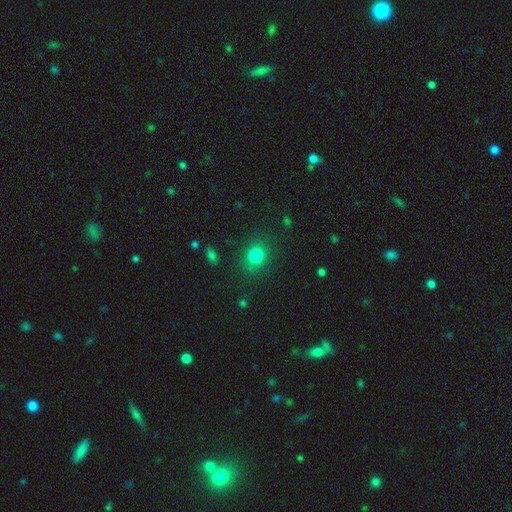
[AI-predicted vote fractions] A smooth galaxy with no disk features (80%) that is round (74%).

Vote fractions:
- Smooth or featured? smooth: 80% / star or artifact: 13% / featured or disk: 7%
- How rounded? round: 74% / in between: 25% / cigar-shaped: 1%
- Merging? none: 82% / minor disturbance: 11% / major disturbance: 4% / merger: 2%